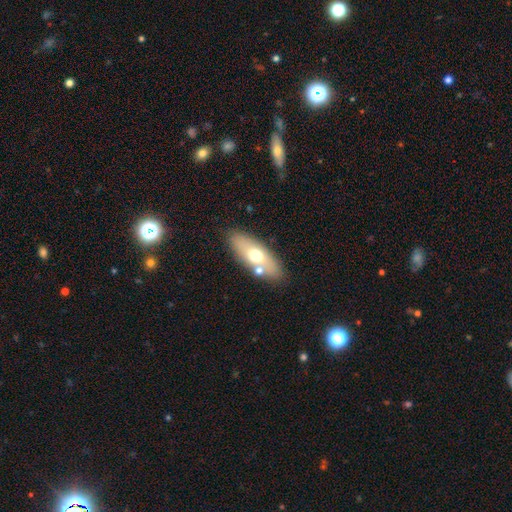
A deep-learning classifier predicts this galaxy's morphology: Q: Smooth or featured?
A: smooth (60%); runner-up: featured or disk (33%)
Q: How rounded?
A: in between (75%); runner-up: cigar-shaped (21%)
Q: Merging?
A: none (76%); runner-up: minor disturbance (11%)